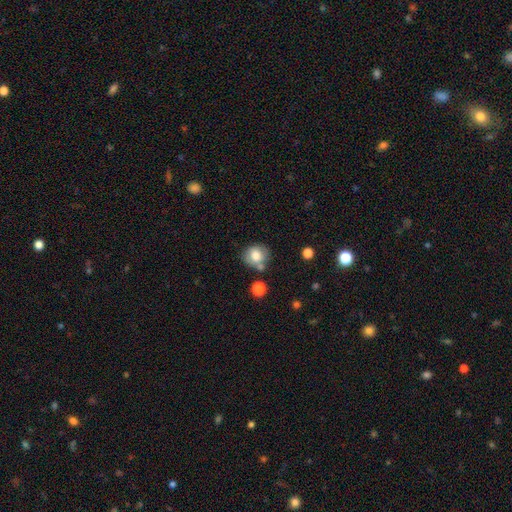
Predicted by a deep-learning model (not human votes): A smooth galaxy with no disk features (76%) that is round (75%).

Vote fractions:
- Smooth or featured? smooth: 76% / featured or disk: 15% / star or artifact: 9%
- How rounded? round: 75% / in between: 24% / cigar-shaped: 1%
- Merging? none: 63% / minor disturbance: 18% / merger: 14% / major disturbance: 5%